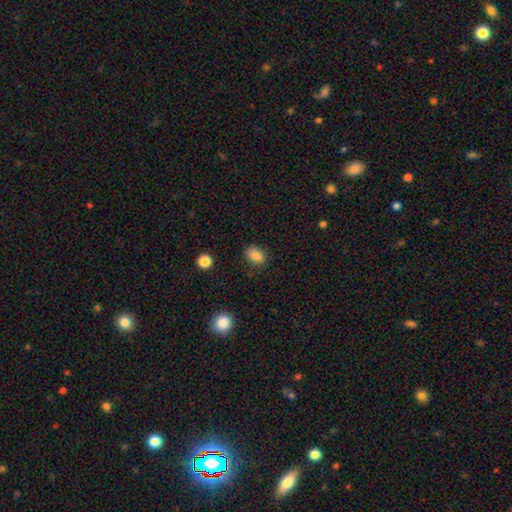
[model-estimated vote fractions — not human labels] Q: Smooth or featured?
A: smooth (85%); runner-up: star or artifact (10%)
Q: How rounded?
A: in between (75%); runner-up: round (23%)
Q: Merging?
A: none (77%); runner-up: minor disturbance (17%)